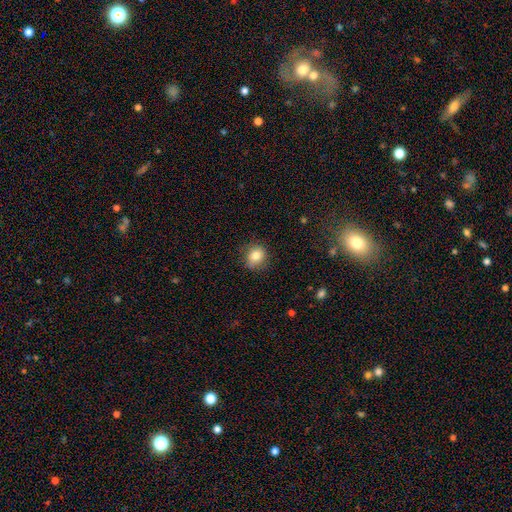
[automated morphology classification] This is clearly a smooth galaxy (81%). How rounded: likely round (74%). Merging: clearly none (80%).